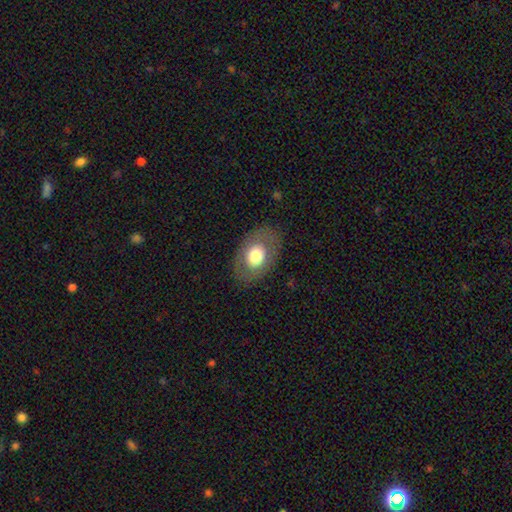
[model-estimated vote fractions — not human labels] Q: Smooth or featured?
A: smooth (66%); runner-up: featured or disk (27%)
Q: How rounded?
A: in between (80%); runner-up: round (19%)
Q: Merging?
A: none (82%); runner-up: minor disturbance (12%)